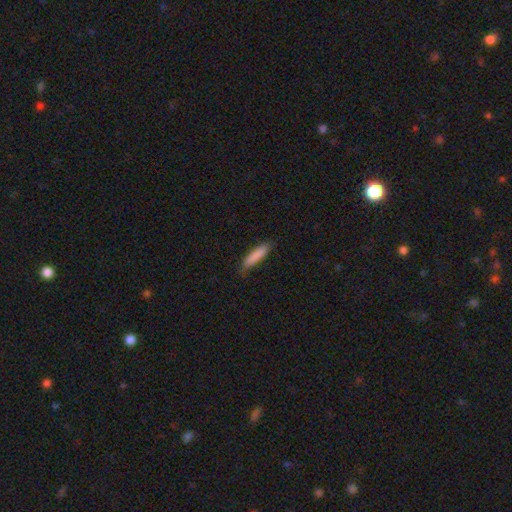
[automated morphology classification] The model was most divided on "how rounded": cigar-shaped: 80%, in between: 19%, round: 1%. More confident: smooth or featured — smooth (85%); merging — none (78%).